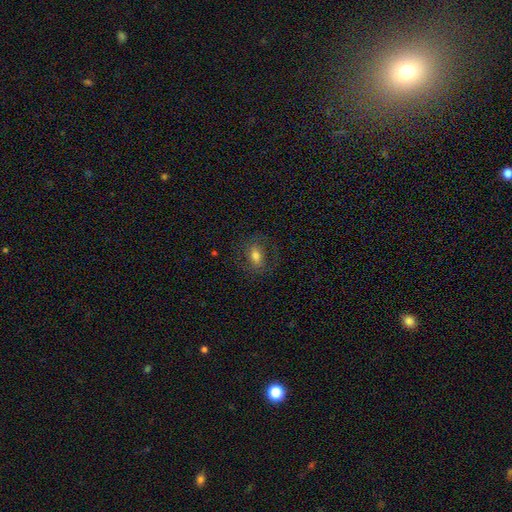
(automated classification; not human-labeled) Morphology: type=smooth (61%); roundness=in between (76%); merging=none (75%).